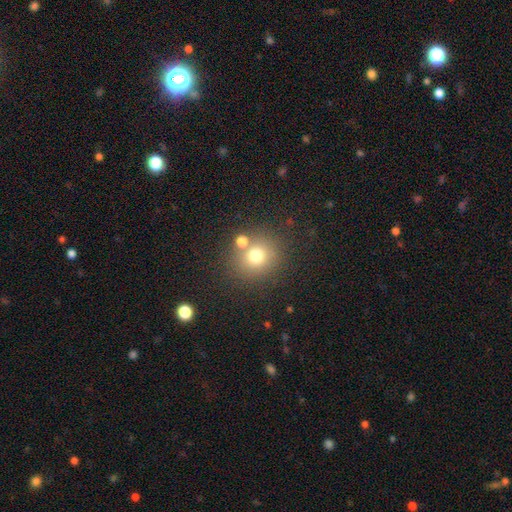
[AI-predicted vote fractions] Q: Smooth or featured?
A: smooth (73%); runner-up: star or artifact (16%)
Q: How rounded?
A: round (86%); runner-up: in between (13%)
Q: Merging?
A: none (71%); runner-up: merger (15%)